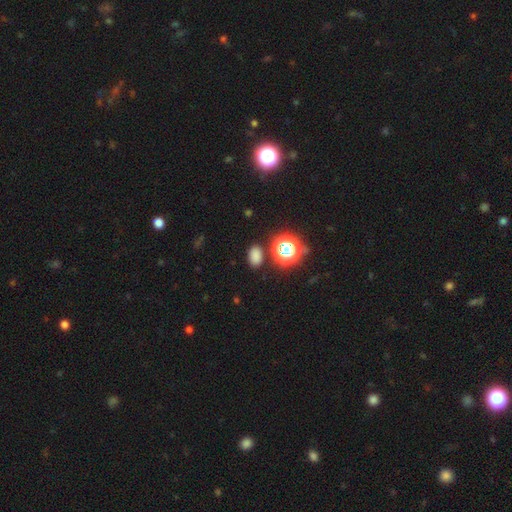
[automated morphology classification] This is likely a smooth galaxy (73%). How rounded: likely in between (79%). Merging: clearly none (83%).